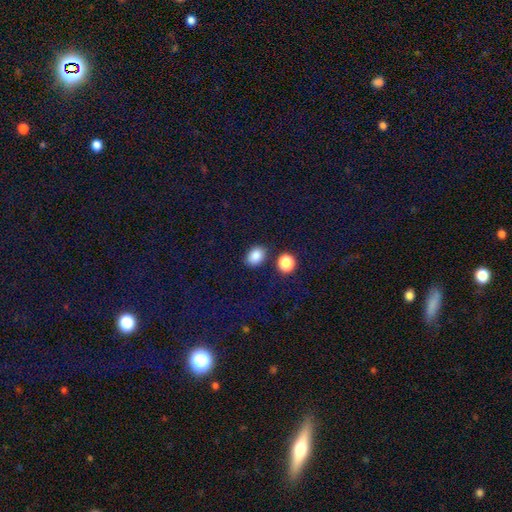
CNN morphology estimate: Q: Smooth or featured?
A: smooth (85%); runner-up: star or artifact (10%)
Q: How rounded?
A: in between (68%); runner-up: round (31%)
Q: Merging?
A: none (80%); runner-up: minor disturbance (11%)